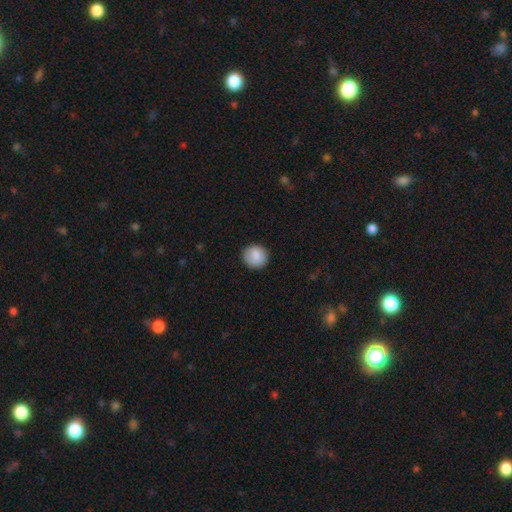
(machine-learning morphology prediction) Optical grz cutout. It shows a smooth galaxy with no disk features (86%) that is round (89%). Merging: none (87%).